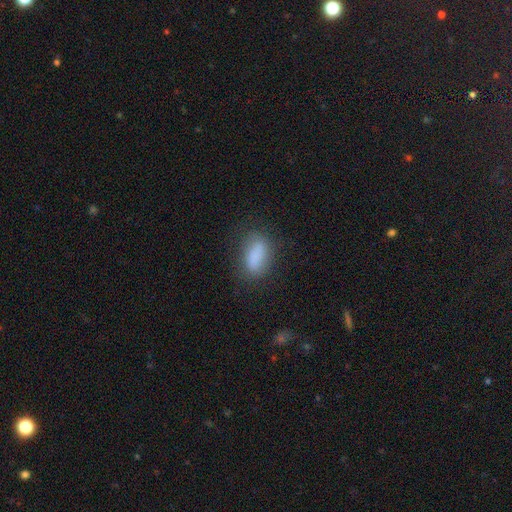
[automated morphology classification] A smooth galaxy with no disk features (83%) that is in between round and cigar-shaped (80%).

Vote fractions:
- Smooth or featured? smooth: 83% / featured or disk: 9% / star or artifact: 8%
- How rounded? in between: 80% / cigar-shaped: 14% / round: 6%
- Merging? none: 73% / minor disturbance: 18% / major disturbance: 7% / merger: 2%